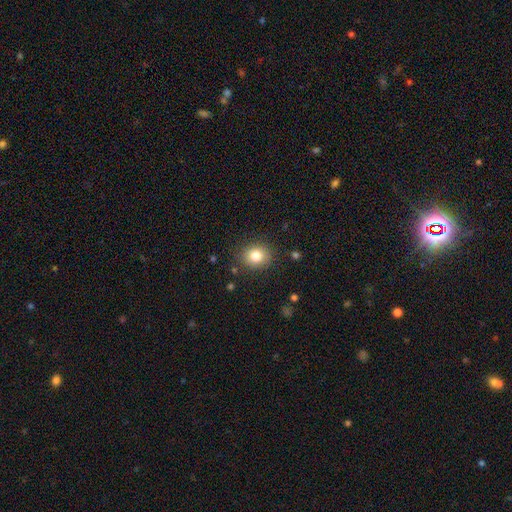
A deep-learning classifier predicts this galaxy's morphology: Smooth or featured? smooth (81%)
How rounded? round (72%)
Merging? none (86%)